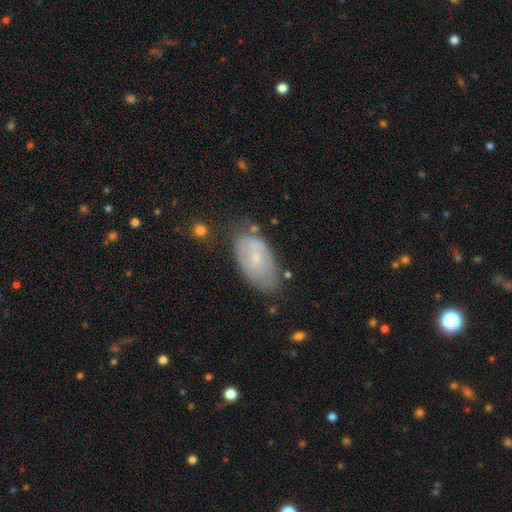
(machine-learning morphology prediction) smooth_or_featured: smooth (p=0.49) [alt: featured or disk p=0.43]
merging: none (p=0.61) [alt: minor disturbance p=0.27]